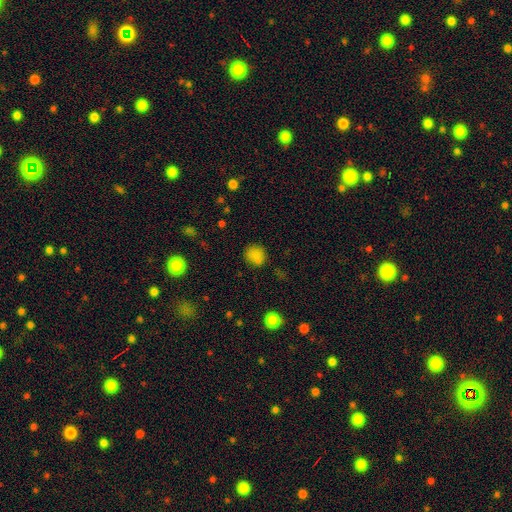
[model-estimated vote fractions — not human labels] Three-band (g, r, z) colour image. It shows a smooth galaxy with no disk features (77%) that is round (80%). Merging: none (76%).